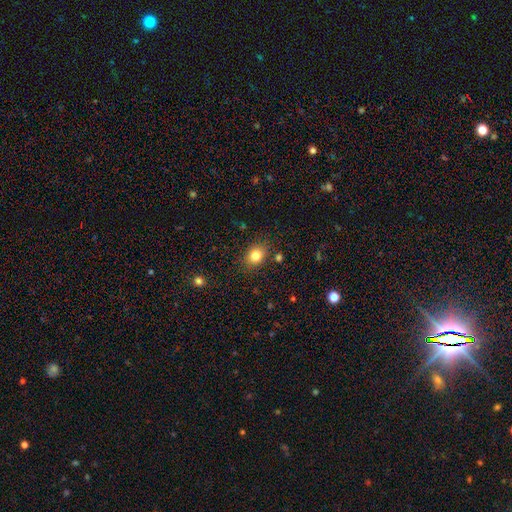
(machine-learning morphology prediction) Smooth or featured? Predicted: smooth (p=0.82). How rounded? Predicted: in between (p=0.54). Merging? Predicted: none (p=0.83).